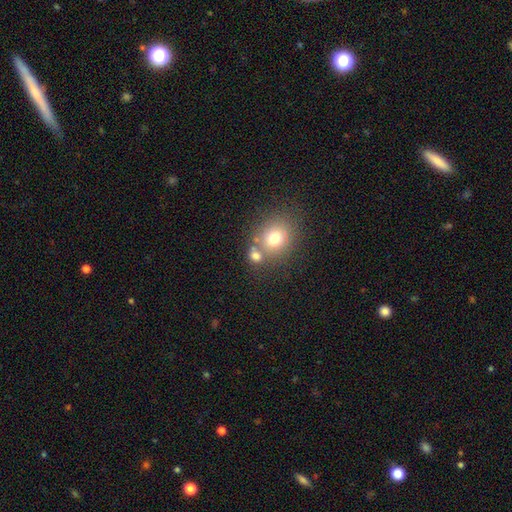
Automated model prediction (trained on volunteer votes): Smooth or featured: smooth — 74% (star or artifact — 14%)
How rounded: round — 67% (in between — 32%)
Merging: none — 53% (merger — 32%)